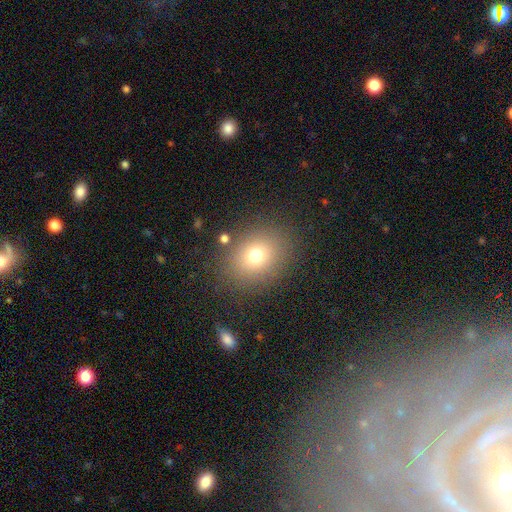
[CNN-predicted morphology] Overall: smooth (73%). How rounded: round (54%; in between 45%). Merging: none (83%).